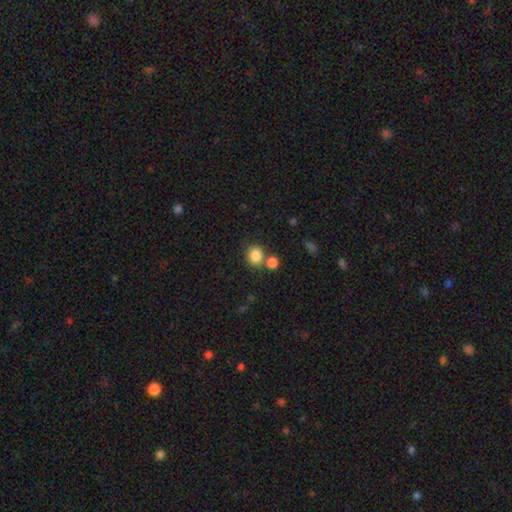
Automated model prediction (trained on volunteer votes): Smooth or featured: smooth — 84% (star or artifact — 10%)
How rounded: round — 74% (in between — 25%)
Merging: none — 64% (merger — 23%)